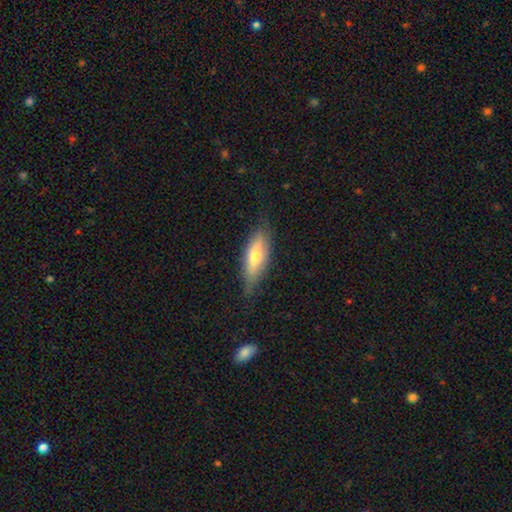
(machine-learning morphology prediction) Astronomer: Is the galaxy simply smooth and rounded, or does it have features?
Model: smooth — 58% (runner-up: featured or disk, 35%).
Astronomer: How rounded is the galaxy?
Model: in between — 55% (runner-up: cigar-shaped, 42%).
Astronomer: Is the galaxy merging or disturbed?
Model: none — 74%.